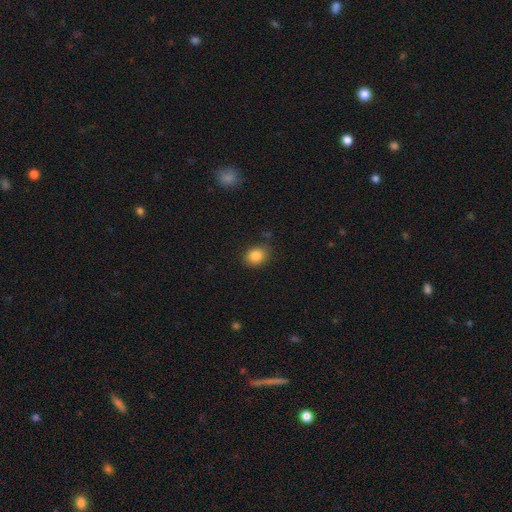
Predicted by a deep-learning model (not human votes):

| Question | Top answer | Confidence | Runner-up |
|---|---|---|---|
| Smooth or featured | smooth | 85% | star or artifact (10%) |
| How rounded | round | 55% | in between (44%) |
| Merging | none | 83% | minor disturbance (12%) |